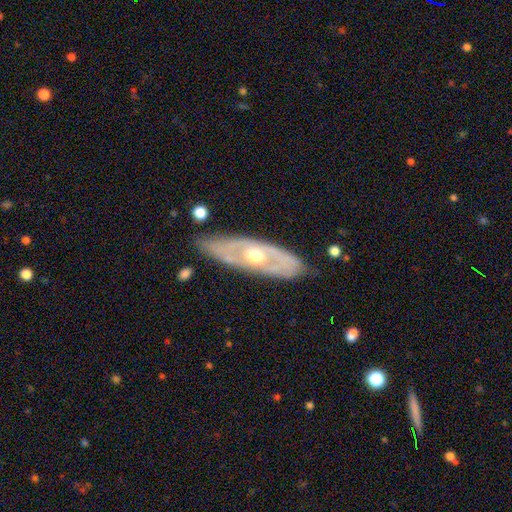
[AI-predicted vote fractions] Smooth or featured? featured or disk (73%)
Edge-on disk? no (71%)
Bar? no (83%)
Spiral arms? no (69%)
Bulge size? moderate (75%)
Merging? none (80%)